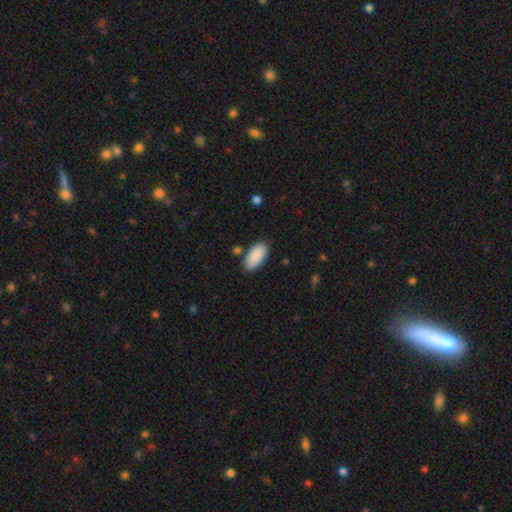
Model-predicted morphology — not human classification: smooth-or-featured: smooth: 90% | star or artifact: 6% | featured or disk: 4%
  how-rounded: in between: 93% | cigar-shaped: 5% | round: 2%
  merging: none: 83% | minor disturbance: 11% | merger: 4% | major disturbance: 3%